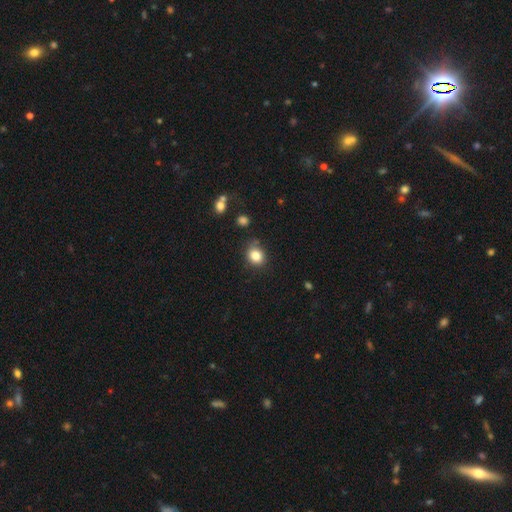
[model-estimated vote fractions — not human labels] A smooth galaxy with no disk features (83%) that is round (65%).

Vote fractions:
- Smooth or featured? smooth: 83% / star or artifact: 11% / featured or disk: 6%
- How rounded? round: 65% / in between: 34% / cigar-shaped: 1%
- Merging? none: 75% / minor disturbance: 17% / major disturbance: 4% / merger: 4%